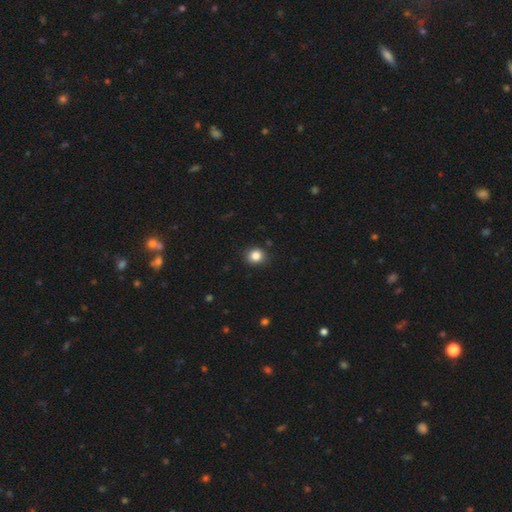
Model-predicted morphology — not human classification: Overall: smooth (84%). How rounded: round (79%). Merging: none (89%).